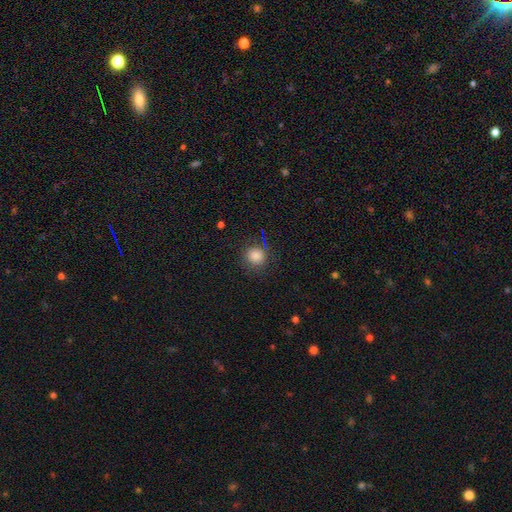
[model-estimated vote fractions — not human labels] Q: Smooth or featured?
A: smooth (83%); runner-up: star or artifact (12%)
Q: How rounded?
A: round (91%); runner-up: in between (8%)
Q: Merging?
A: none (84%); runner-up: minor disturbance (10%)